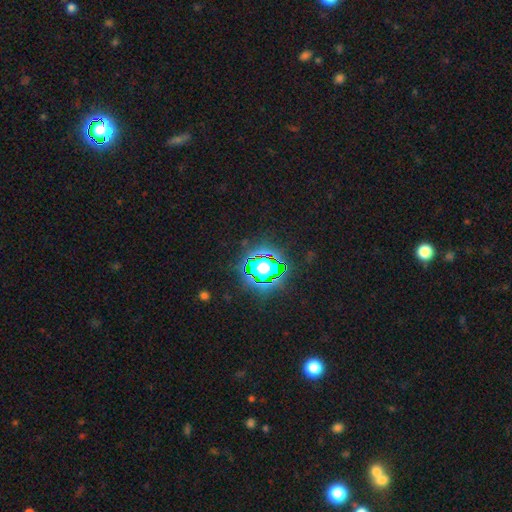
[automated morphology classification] Smooth or featured?
  - star or artifact: 81% *
  - smooth: 12%
  - featured or disk: 7%